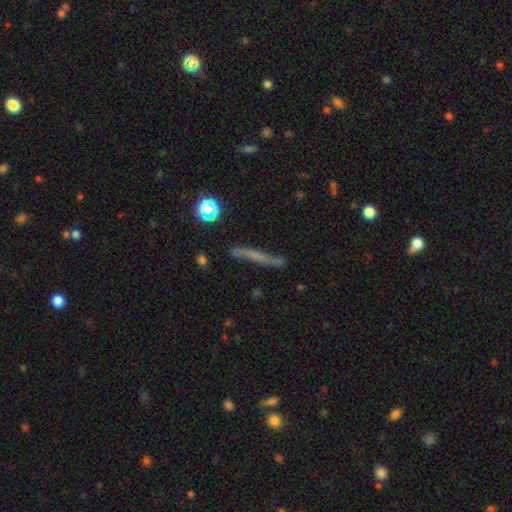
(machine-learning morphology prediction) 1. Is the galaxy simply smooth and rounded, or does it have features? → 45% featured or disk, 44% smooth, 12% star or artifact.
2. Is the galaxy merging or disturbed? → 82% none, 12% minor disturbance, 3% major disturbance, 3% merger.